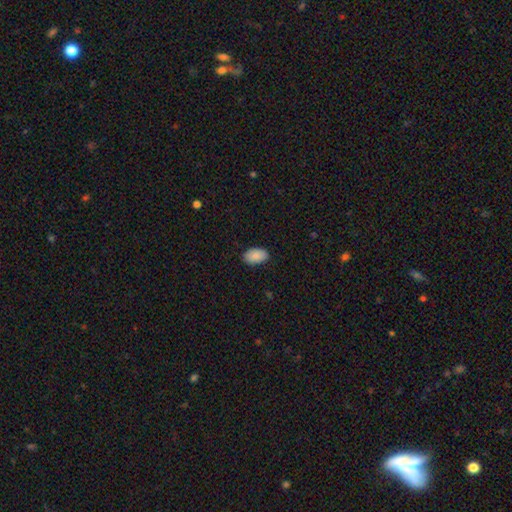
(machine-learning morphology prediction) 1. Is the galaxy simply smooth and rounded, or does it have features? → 86% smooth, 8% featured or disk, 7% star or artifact.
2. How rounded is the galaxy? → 93% in between, 6% round, 1% cigar-shaped.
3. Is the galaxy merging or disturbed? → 86% none, 11% minor disturbance, 2% major disturbance, 1% merger.